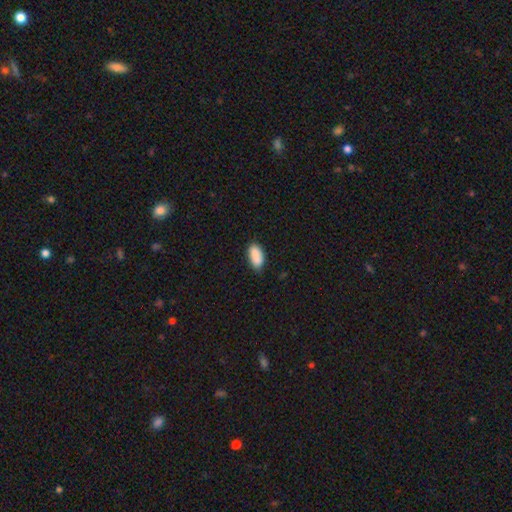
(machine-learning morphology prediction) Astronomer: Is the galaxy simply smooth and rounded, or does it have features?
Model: smooth — 89%.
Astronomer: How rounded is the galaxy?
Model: in between — 92%.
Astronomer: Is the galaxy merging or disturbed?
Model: none — 78%.